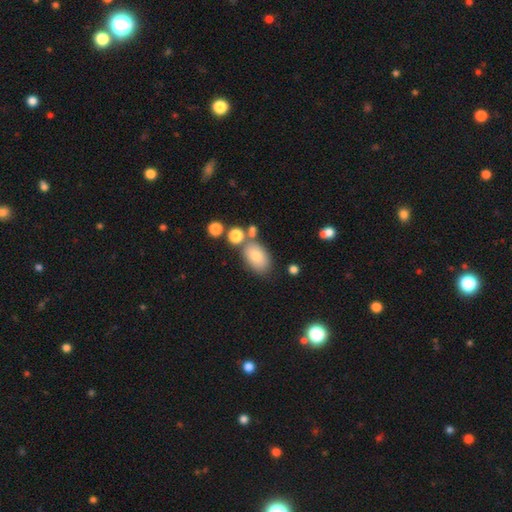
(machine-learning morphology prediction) Smooth or featured: smooth — 77% (featured or disk — 14%)
How rounded: in between — 88% (round — 10%)
Merging: none — 65% (minor disturbance — 15%)